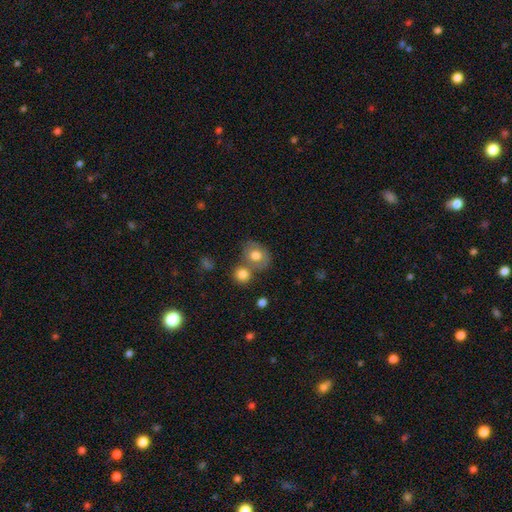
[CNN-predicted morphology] Smooth or featured?
  - smooth: 71% *
  - featured or disk: 21%
  - star or artifact: 8%
How rounded?
  - round: 54% *
  - in between: 45%
  - cigar-shaped: 1%
Merging?
  - none: 48% *
  - merger: 32%
  - minor disturbance: 14%
  - major disturbance: 6%